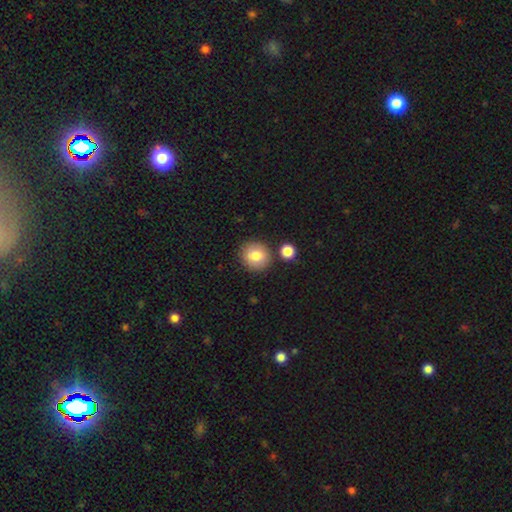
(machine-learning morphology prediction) smooth 81%, featured or disk 10%, star or artifact 9%. Down the decision tree: how rounded — round (88%); merging — none (81%).